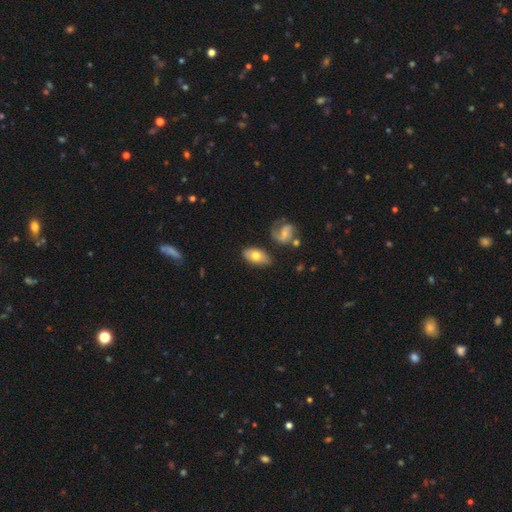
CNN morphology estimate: Overall: smooth (58%; featured or disk 35%). How rounded: in between (89%). Merging: none (66%).